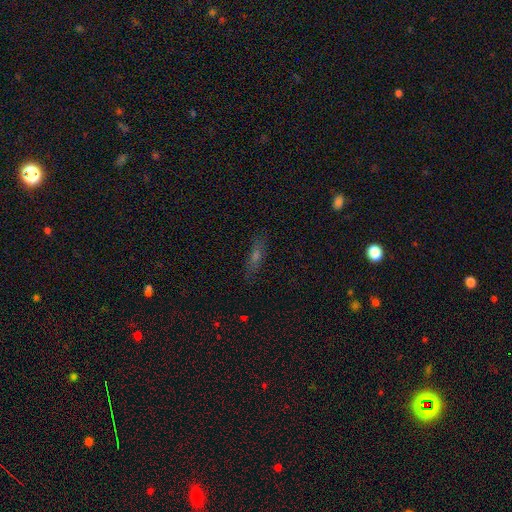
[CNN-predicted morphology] This appears to be a smooth galaxy with no disk features (45%). Merging: none (84%).